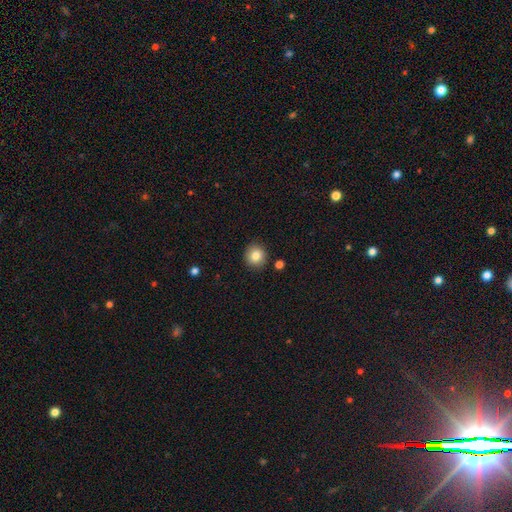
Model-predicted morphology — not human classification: Smooth or featured? Predicted: smooth (p=0.84). How rounded? Predicted: round (p=0.89). Merging? Predicted: none (p=0.89).